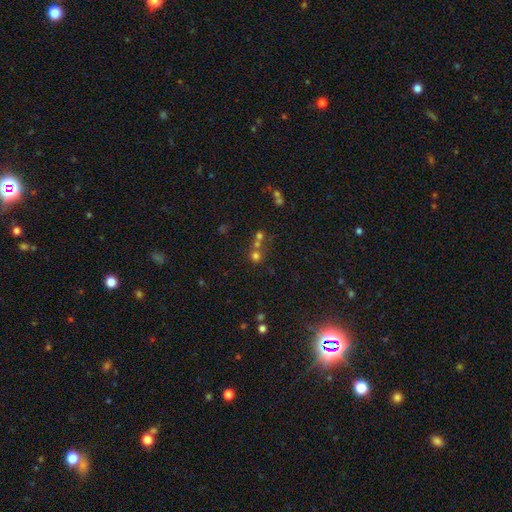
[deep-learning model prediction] This is likely a smooth galaxy (63%). How rounded: clearly round (88%). Merging: possibly none (50%).